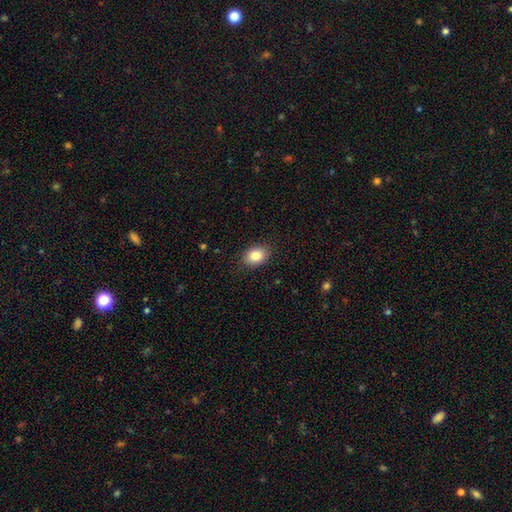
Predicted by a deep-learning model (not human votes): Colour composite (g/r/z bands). It shows a smooth galaxy with no disk features (84%) that is in between round and cigar-shaped (70%). Merging: none (87%).